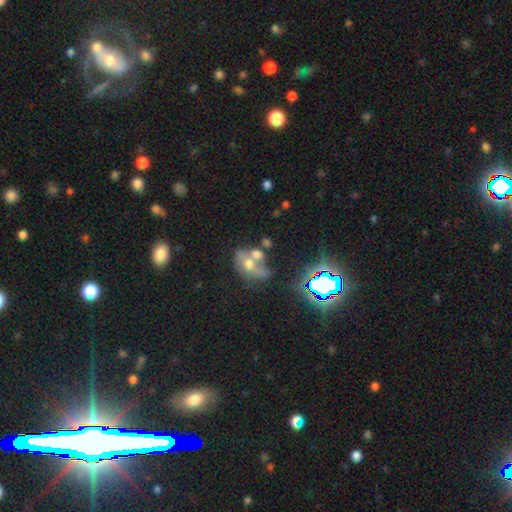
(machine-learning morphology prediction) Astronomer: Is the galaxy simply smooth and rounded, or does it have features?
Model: smooth — 40% (runner-up: featured or disk, 33%).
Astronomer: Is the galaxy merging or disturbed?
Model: merger — 53%.